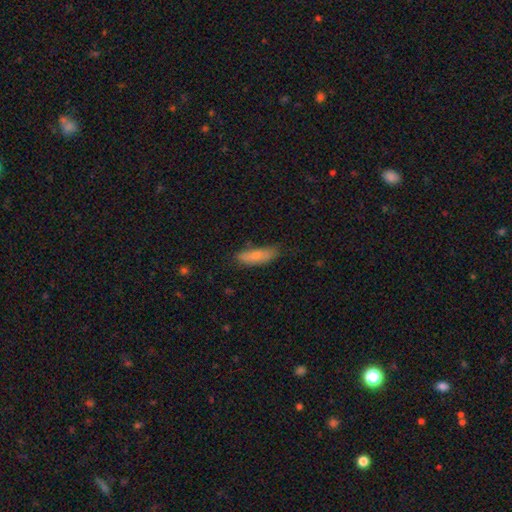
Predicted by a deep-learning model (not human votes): Smooth or featured? Predicted: smooth (p=0.77). How rounded? Predicted: in between (p=0.56). Merging? Predicted: none (p=0.66).